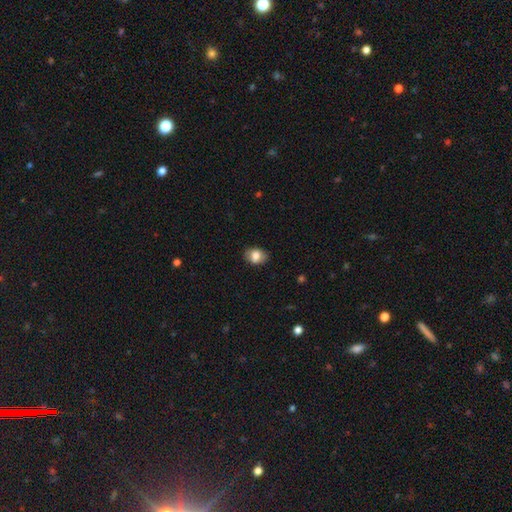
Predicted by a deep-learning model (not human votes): This appears to be a smooth galaxy with no disk features (78%) that is in between round and cigar-shaped (73%). Merging: none (82%).